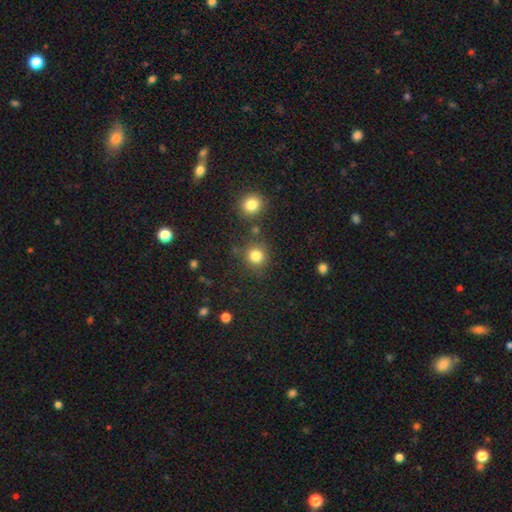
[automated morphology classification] Smooth or featured? smooth (83%)
How rounded? round (90%)
Merging? none (79%)